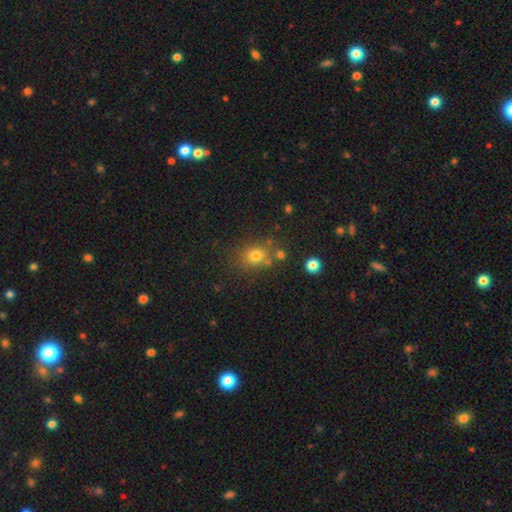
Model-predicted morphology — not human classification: smooth-or-featured: smooth: 75% | star or artifact: 16% | featured or disk: 9%
  how-rounded: round: 60% | in between: 39% | cigar-shaped: 1%
  merging: none: 71% | minor disturbance: 14% | merger: 10% | major disturbance: 5%